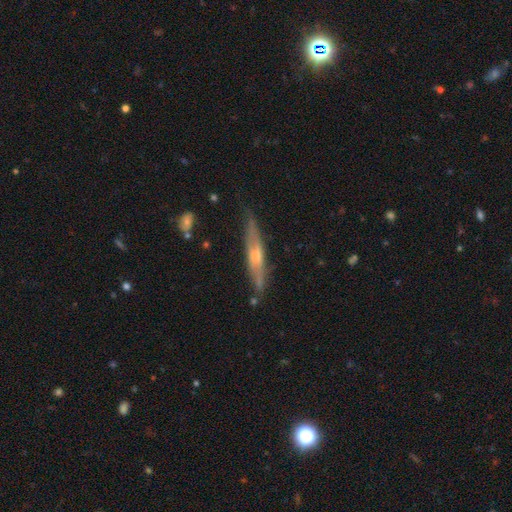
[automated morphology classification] The model was most divided on "edge-on bulge": rounded: 60%, none: 27%, boxy: 13%. More confident: edge-on disk — yes (90%); merging — none (75%); smooth or featured — featured or disk (64%).